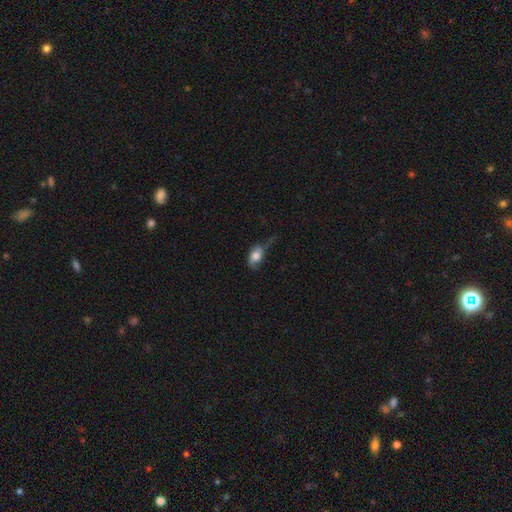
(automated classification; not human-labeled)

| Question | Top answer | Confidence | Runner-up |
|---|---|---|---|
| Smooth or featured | smooth | 71% | featured or disk (20%) |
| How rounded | in between | 85% | round (11%) |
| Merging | major disturbance | 35% | minor disturbance (34%) |